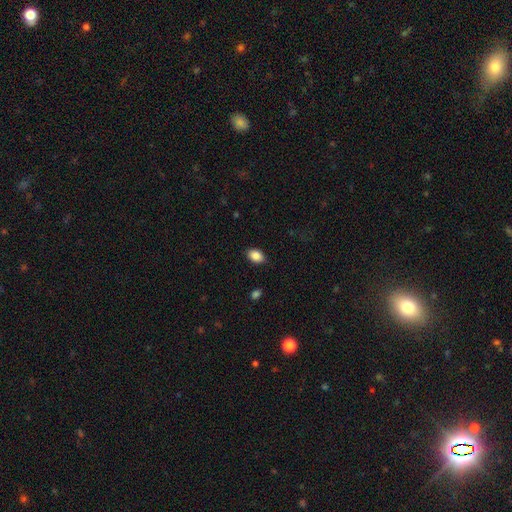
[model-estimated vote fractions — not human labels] Smooth or featured: smooth — 88% (star or artifact — 8%)
How rounded: in between — 82% (round — 16%)
Merging: none — 86% (minor disturbance — 10%)